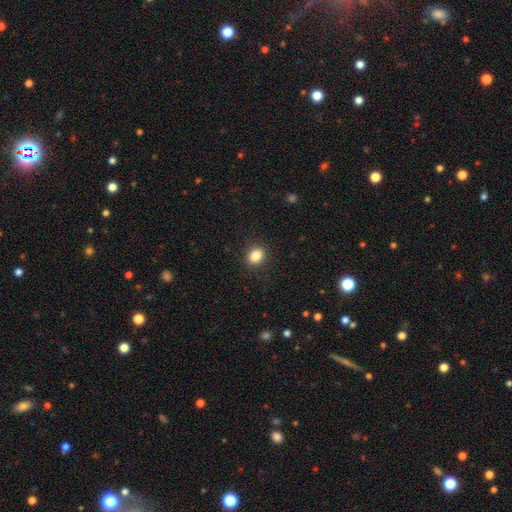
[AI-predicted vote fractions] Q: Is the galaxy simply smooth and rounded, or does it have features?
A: smooth — 86%.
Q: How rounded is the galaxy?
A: in between — 58%.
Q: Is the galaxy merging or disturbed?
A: none — 89%.